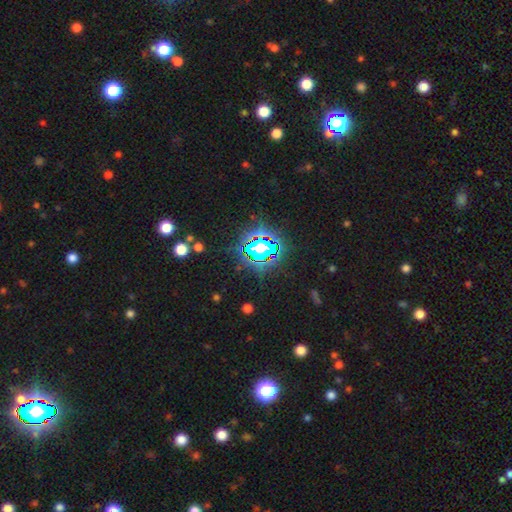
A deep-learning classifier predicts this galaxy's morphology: smooth_or_featured: star or artifact (p=0.70) [alt: smooth p=0.18]